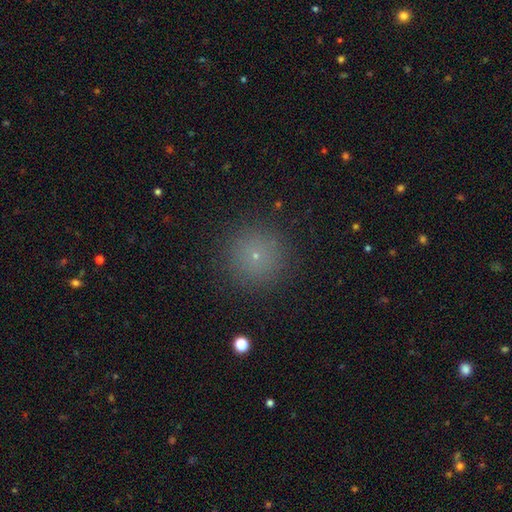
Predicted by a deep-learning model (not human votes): Smooth or featured: smooth — 71% (star or artifact — 20%)
How rounded: round — 96% (in between — 3%)
Merging: none — 90% (minor disturbance — 6%)